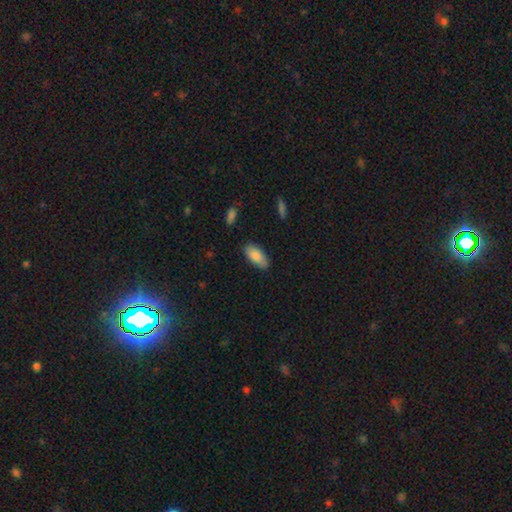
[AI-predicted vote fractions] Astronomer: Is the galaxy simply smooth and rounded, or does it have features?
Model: smooth — 86%.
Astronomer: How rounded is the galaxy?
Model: in between — 88%.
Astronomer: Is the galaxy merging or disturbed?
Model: none — 81%.